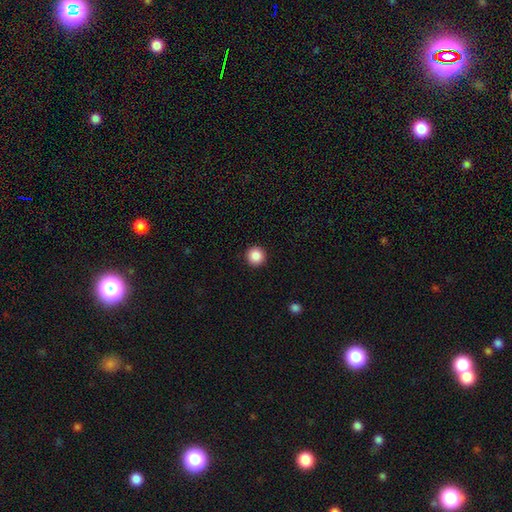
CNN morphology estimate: smooth 88%, star or artifact 9%, featured or disk 3%. Down the decision tree: how rounded — round (96%); merging — none (93%).